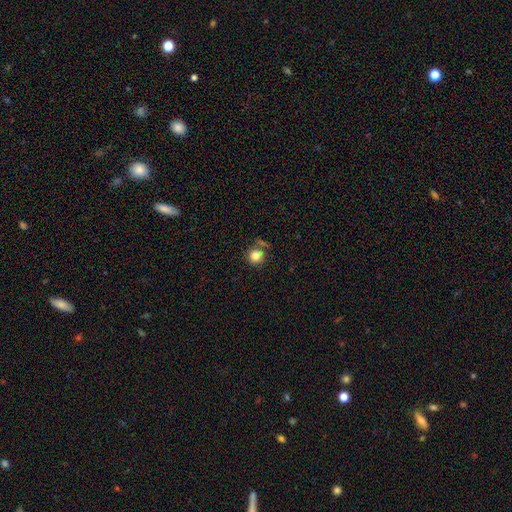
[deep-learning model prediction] Morphology: type=smooth (82%); roundness=round (92%); merging=none (71%).